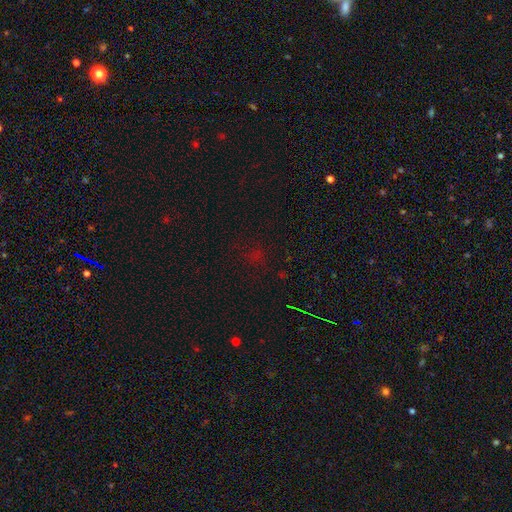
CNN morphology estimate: Q: Smooth or featured?
A: star or artifact (61%); runner-up: smooth (31%)